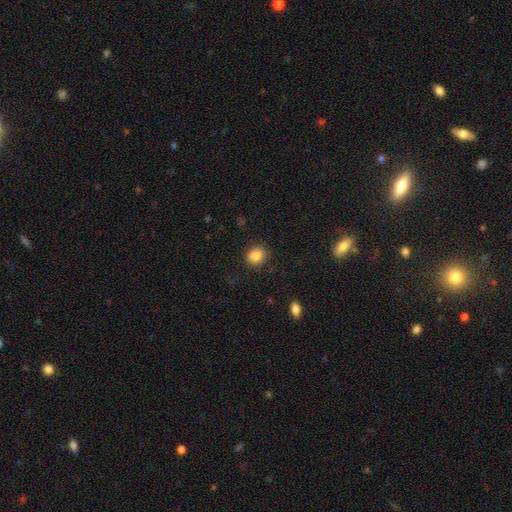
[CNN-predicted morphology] Overall: smooth (86%). How rounded: round (67%; in between 32%). Merging: none (82%).